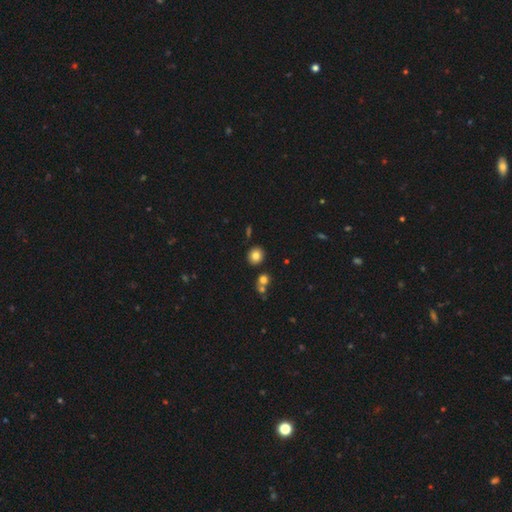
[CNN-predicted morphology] smooth 81%, star or artifact 11%, featured or disk 7%. Down the decision tree: how rounded — round (84%); merging — none (84%).